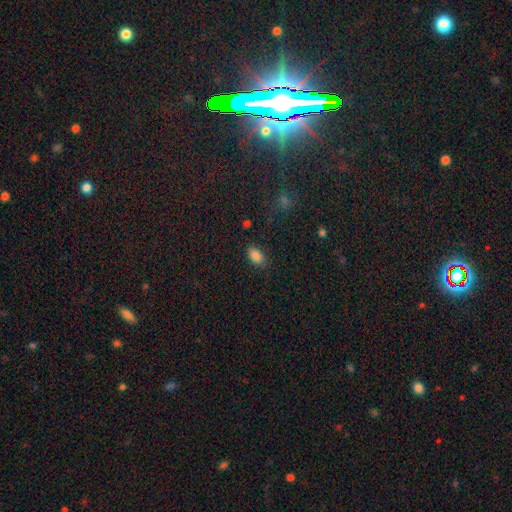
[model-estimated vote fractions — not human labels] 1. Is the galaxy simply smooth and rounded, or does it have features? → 86% smooth, 10% star or artifact, 4% featured or disk.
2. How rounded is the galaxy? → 89% in between, 9% round, 2% cigar-shaped.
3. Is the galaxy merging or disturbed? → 83% none, 12% minor disturbance, 3% major disturbance, 1% merger.